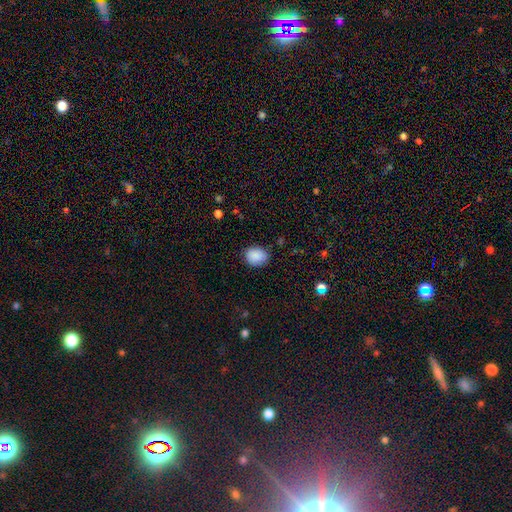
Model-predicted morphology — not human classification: The model was most divided on "how rounded" (2-way tie): round: 50%, in between: 50%, cigar-shaped: 1%. More confident: smooth or featured — smooth (89%); merging — none (82%).